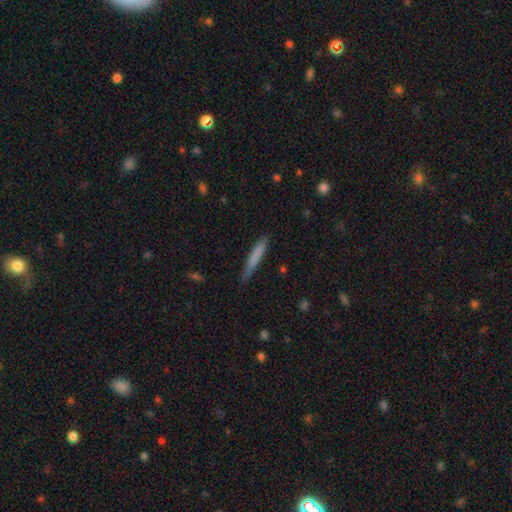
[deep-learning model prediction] This is likely a smooth galaxy (73%). How rounded: clearly cigar-shaped (94%). Merging: likely none (77%).